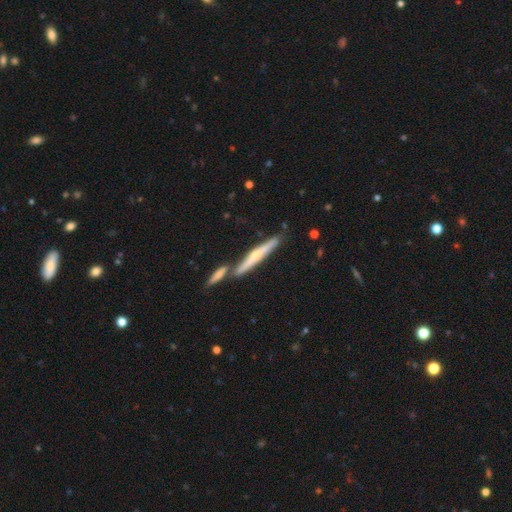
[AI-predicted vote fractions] A featured or disk galaxy (61%) viewed edge-on (95%) with a rounded central bulge (67%). Merging: none (67%).